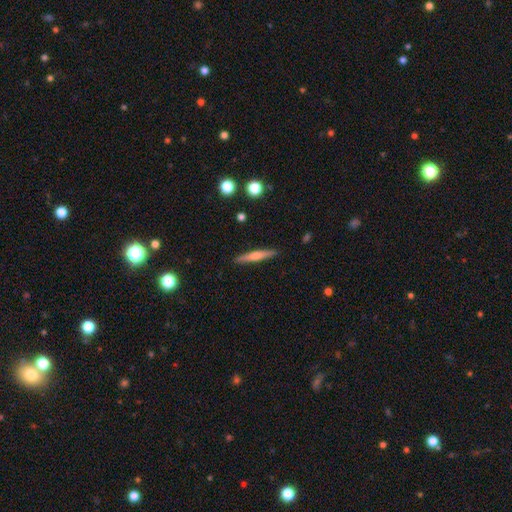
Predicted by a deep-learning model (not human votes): smooth_or_featured: smooth (p=0.54) [alt: featured or disk p=0.40]
how_rounded: cigar-shaped (p=0.93) [alt: in between p=0.05]
merging: none (p=0.90) [alt: minor disturbance p=0.07]